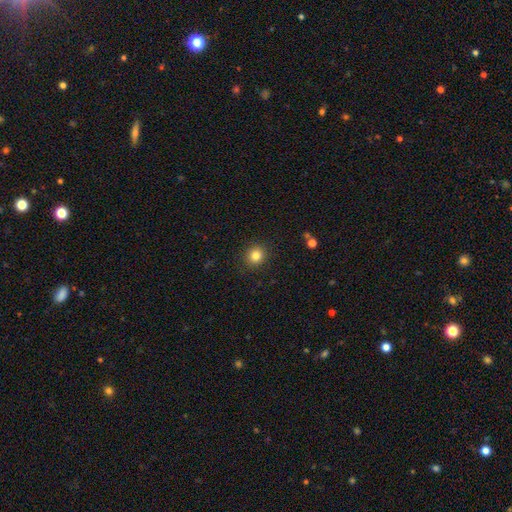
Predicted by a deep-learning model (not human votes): The model was most divided on "smooth or featured": smooth: 83%, star or artifact: 11%, featured or disk: 6%. More confident: merging — none (90%); how rounded — round (87%).